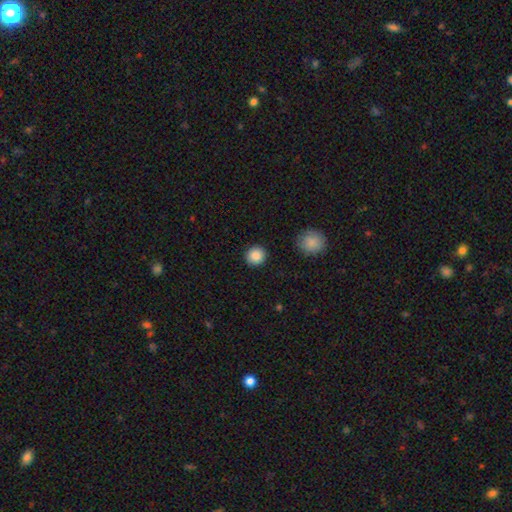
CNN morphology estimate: A smooth galaxy with no disk features (88%) that is round (92%).

Vote fractions:
- Smooth or featured? smooth: 88% / star or artifact: 9% / featured or disk: 3%
- How rounded? round: 92% / in between: 7% / cigar-shaped: 1%
- Merging? none: 91% / minor disturbance: 6% / major disturbance: 2% / merger: 1%